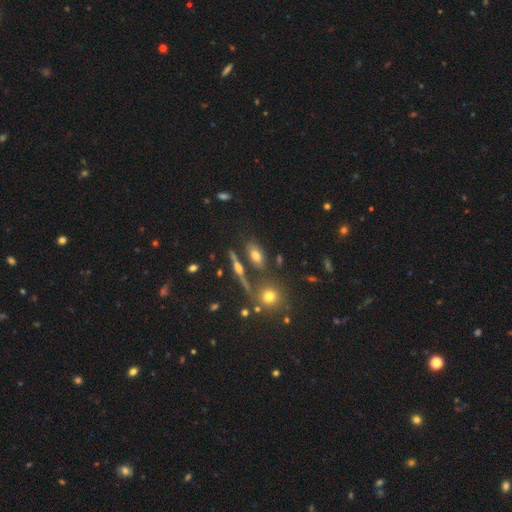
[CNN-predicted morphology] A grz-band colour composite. It shows a smooth galaxy with no disk features (61%) that is in between round and cigar-shaped (76%). Merging: none (71%).